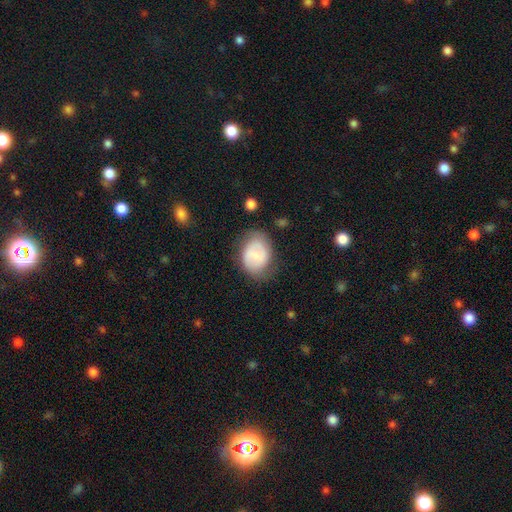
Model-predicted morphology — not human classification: This is possibly a smooth galaxy (54%). How rounded: possibly in between (58%). Merging: likely none (63%).